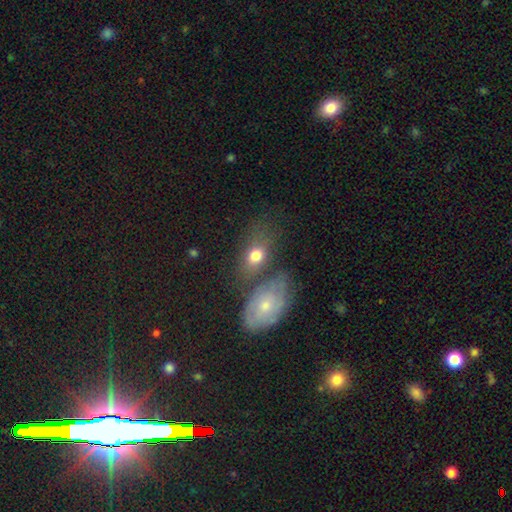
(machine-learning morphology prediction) Smooth or featured?
  - smooth: 68% *
  - featured or disk: 22%
  - star or artifact: 10%
How rounded?
  - in between: 74% *
  - round: 22%
  - cigar-shaped: 3%
Merging?
  - none: 51% *
  - merger: 23%
  - minor disturbance: 17%
  - major disturbance: 9%